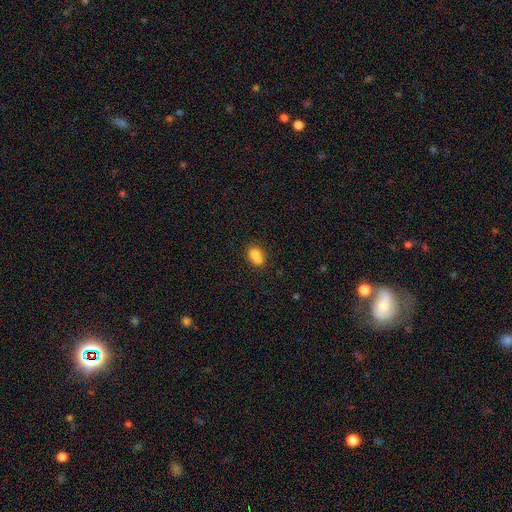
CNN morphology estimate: Smooth or featured? smooth (78%)
How rounded? in between (72%)
Merging? none (48%)